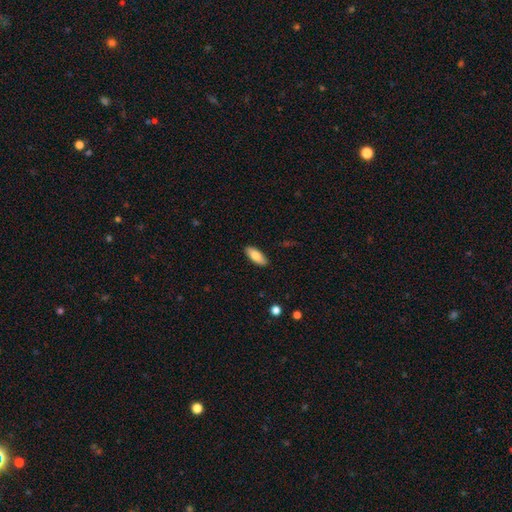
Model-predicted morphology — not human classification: The model was most divided on "how rounded": in between: 80%, cigar-shaped: 18%, round: 2%. More confident: merging — none (89%); smooth or featured — smooth (82%).